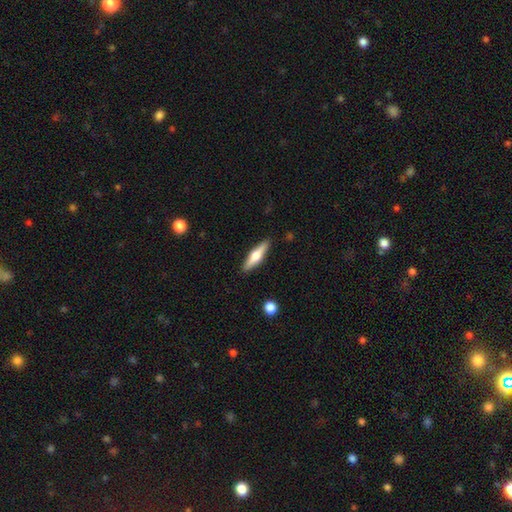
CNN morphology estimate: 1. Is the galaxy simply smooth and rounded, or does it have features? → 50% featured or disk, 45% smooth, 6% star or artifact.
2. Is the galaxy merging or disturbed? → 89% none, 8% minor disturbance, 2% major disturbance, 1% merger.